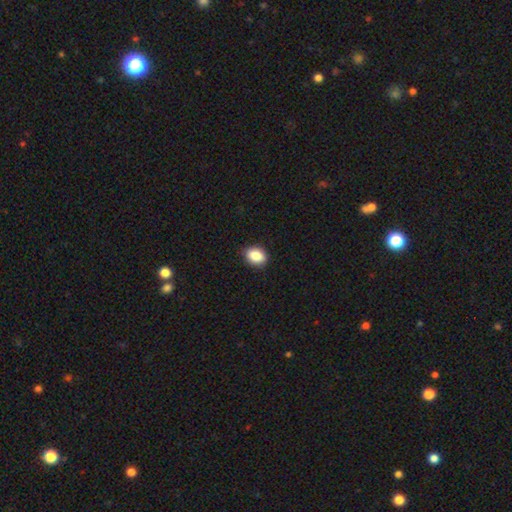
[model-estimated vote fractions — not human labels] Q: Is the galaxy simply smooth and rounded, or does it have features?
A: smooth — 87%.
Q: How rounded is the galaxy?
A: in between — 72%.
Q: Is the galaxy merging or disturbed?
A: none — 89%.